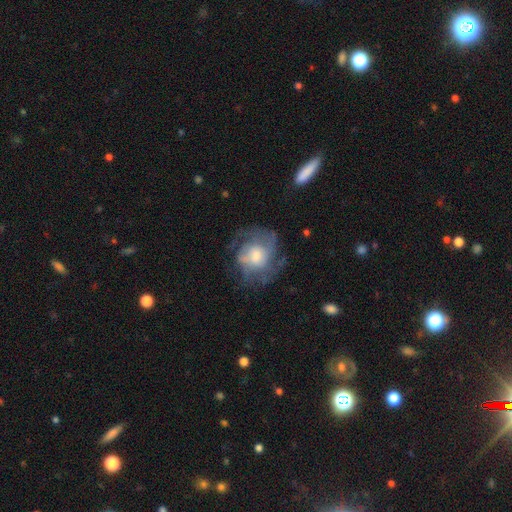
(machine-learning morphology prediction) Smooth or featured: featured or disk — 65% (smooth — 27%)
Edge-on disk: no — 97% (yes — 3%)
Bar: no — 72% (weak — 24%)
Spiral arms: yes — 78% (no — 22%)
Bulge size: moderate — 51% (small — 25%)
Merging: none — 60% (minor disturbance — 20%)